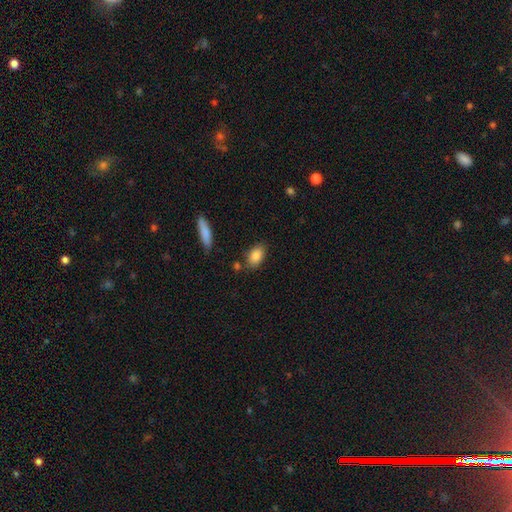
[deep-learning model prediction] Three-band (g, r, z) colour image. It shows a smooth galaxy with no disk features (85%) that is in between round and cigar-shaped (88%). Merging: none (79%).